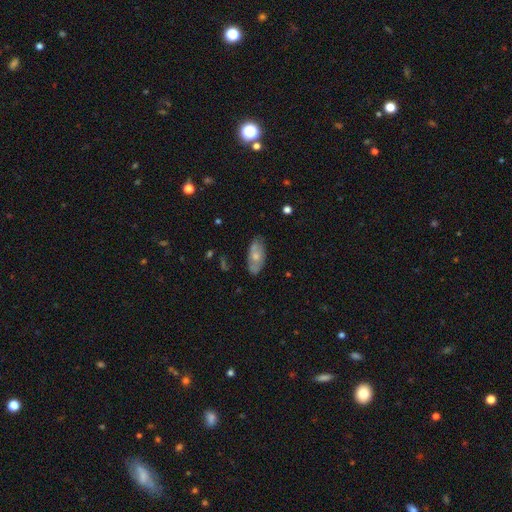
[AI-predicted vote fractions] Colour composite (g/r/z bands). It shows a smooth galaxy with no disk features (54%) that is in between round and cigar-shaped (87%). Merging: none (72%).